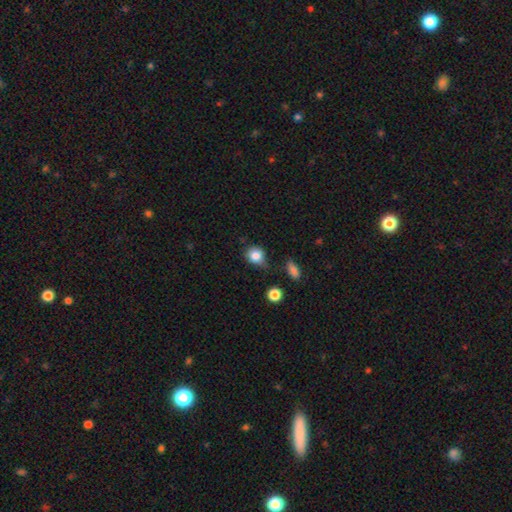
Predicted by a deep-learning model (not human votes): Smooth or featured?
  - smooth: 83% *
  - star or artifact: 10%
  - featured or disk: 7%
How rounded?
  - round: 75% *
  - in between: 24%
  - cigar-shaped: 1%
Merging?
  - none: 60% *
  - minor disturbance: 28%
  - major disturbance: 7%
  - merger: 5%